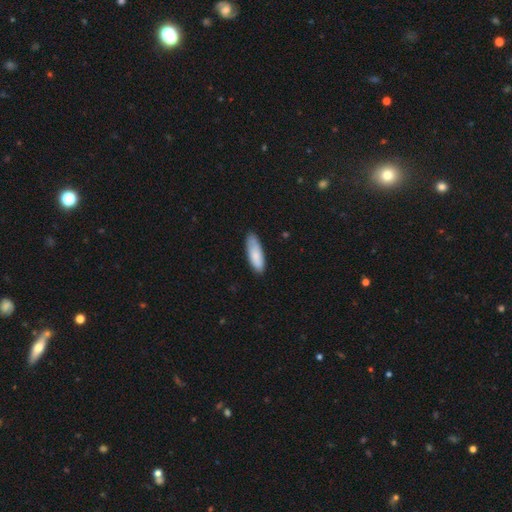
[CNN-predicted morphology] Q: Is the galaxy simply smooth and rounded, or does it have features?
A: smooth — 83%.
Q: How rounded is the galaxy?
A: in between — 60%.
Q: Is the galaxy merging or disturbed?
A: none — 77%.